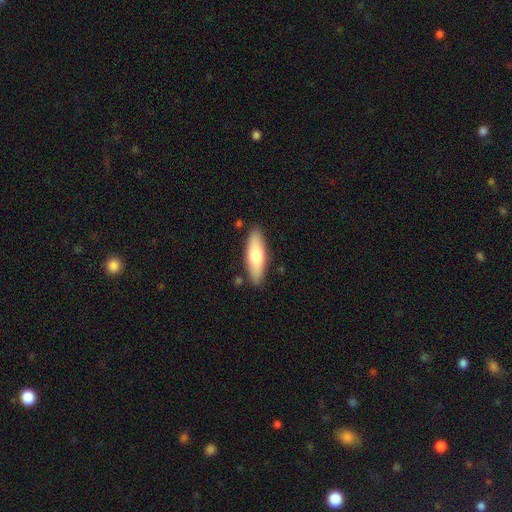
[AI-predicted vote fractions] A smooth galaxy with no disk features (69%) that is cigar-shaped (53%). Merging: none (85%).